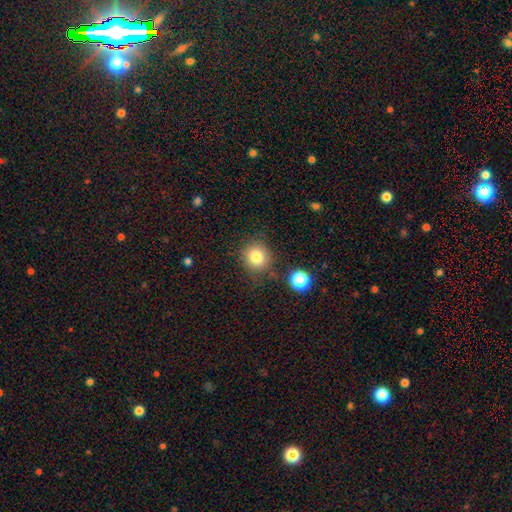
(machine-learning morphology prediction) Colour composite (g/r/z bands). It shows a smooth galaxy with no disk features (81%) that is round (88%). Merging: none (80%).